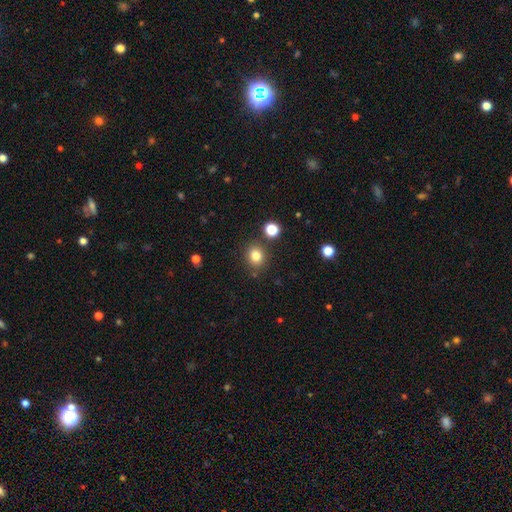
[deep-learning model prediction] A smooth galaxy with no disk features (81%) that is round (72%).

Vote fractions:
- Smooth or featured? smooth: 81% / star or artifact: 13% / featured or disk: 6%
- How rounded? round: 72% / in between: 27% / cigar-shaped: 1%
- Merging? none: 83% / minor disturbance: 9% / merger: 6% / major disturbance: 3%